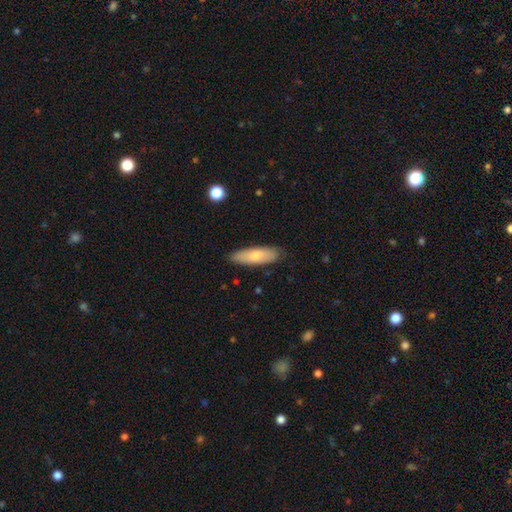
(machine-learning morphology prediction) Smooth or featured: smooth — 75% (featured or disk — 20%)
How rounded: in between — 50% (cigar-shaped — 48%)
Merging: none — 84% (minor disturbance — 13%)